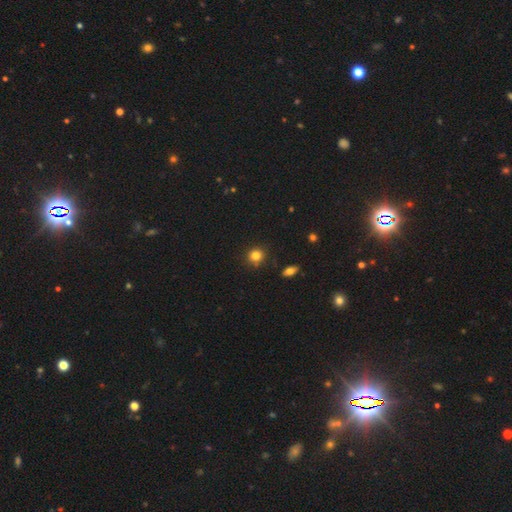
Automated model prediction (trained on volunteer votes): The model was most divided on "smooth or featured": smooth: 82%, star or artifact: 12%, featured or disk: 6%. More confident: how rounded — round (86%); merging — none (84%).